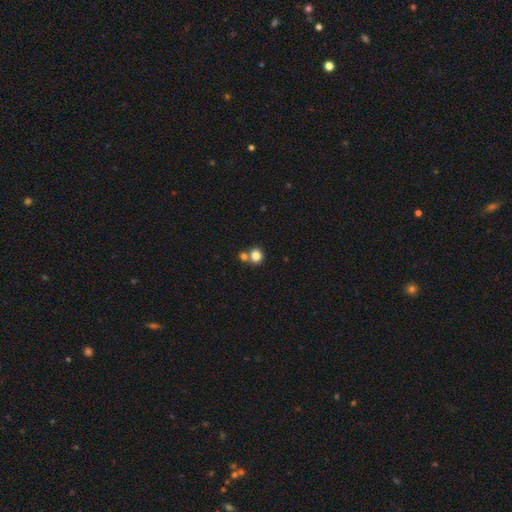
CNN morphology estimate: Smooth or featured: smooth — 83% (star or artifact — 11%)
How rounded: round — 88% (in between — 11%)
Merging: none — 59% (merger — 31%)